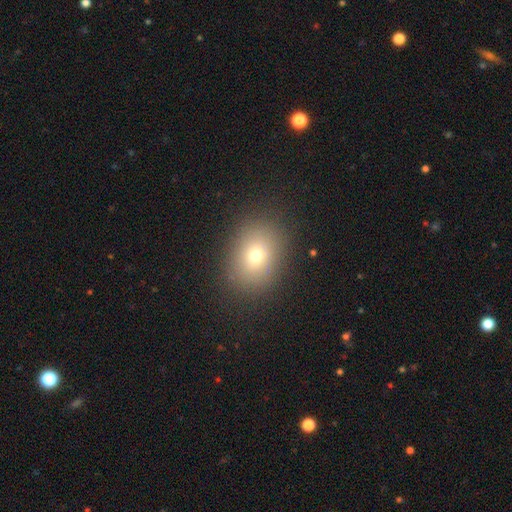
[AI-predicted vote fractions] smooth-or-featured: smooth: 70% | star or artifact: 15% | featured or disk: 15%
  how-rounded: in between: 57% | round: 42% | cigar-shaped: 1%
  merging: none: 85% | minor disturbance: 10% | major disturbance: 4% | merger: 1%